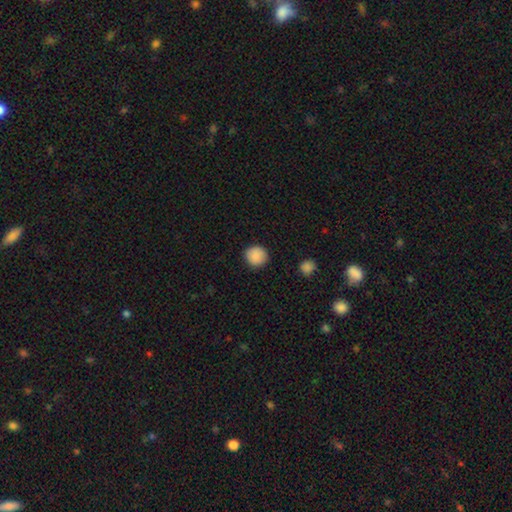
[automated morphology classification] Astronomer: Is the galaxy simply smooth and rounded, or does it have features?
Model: smooth — 88%.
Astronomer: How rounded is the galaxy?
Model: round — 93%.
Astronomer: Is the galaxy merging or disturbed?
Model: none — 90%.